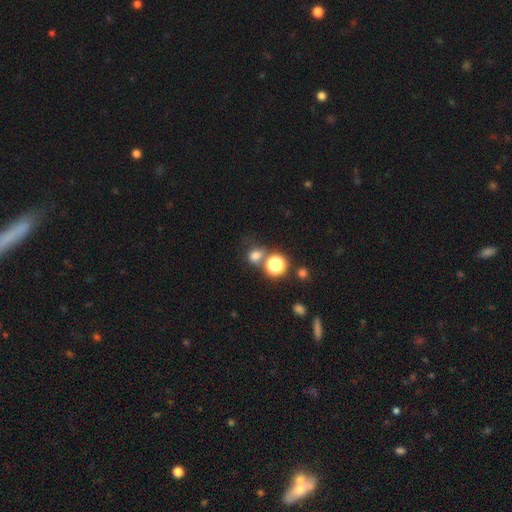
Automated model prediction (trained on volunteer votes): Overall: smooth (70%). How rounded: round (60%; in between 38%). Merging: none (59%; merger 22%).